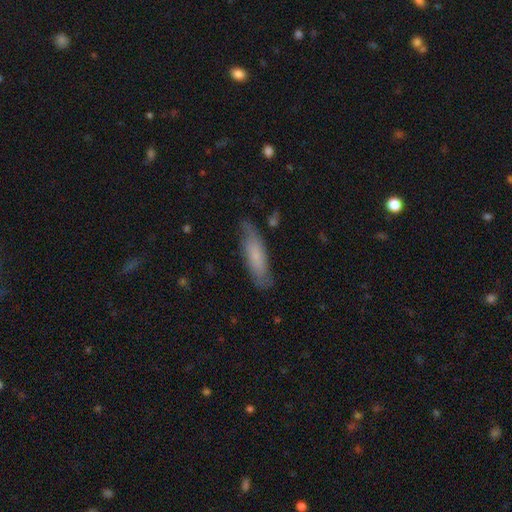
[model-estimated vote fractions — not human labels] This is likely a smooth galaxy (63%). How rounded: likely cigar-shaped (60%). Merging: likely none (73%).